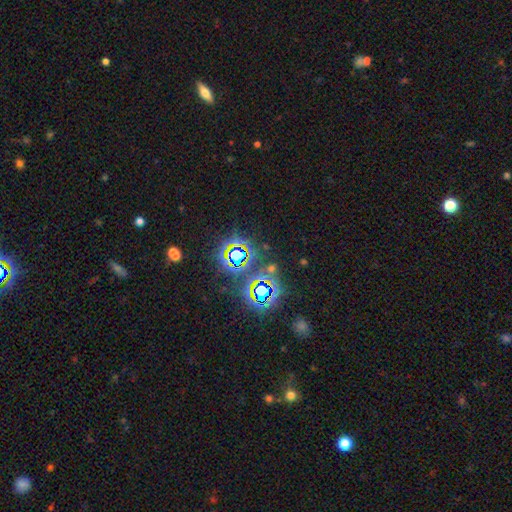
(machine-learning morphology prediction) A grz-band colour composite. It shows a star or artifact, not a galaxy (76%).